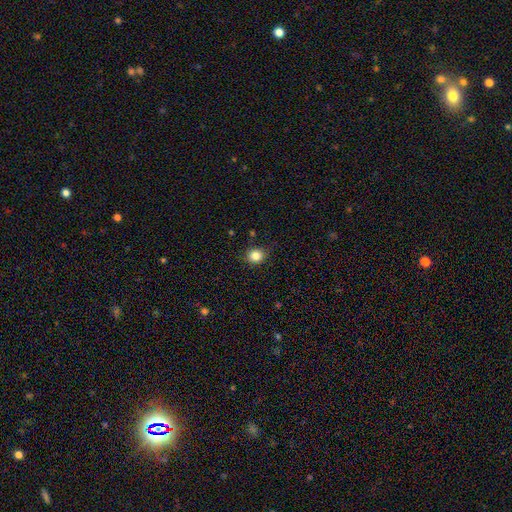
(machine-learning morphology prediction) The model was most divided on "how rounded": round: 78%, in between: 21%, cigar-shaped: 1%. More confident: merging — none (85%); smooth or featured — smooth (84%).